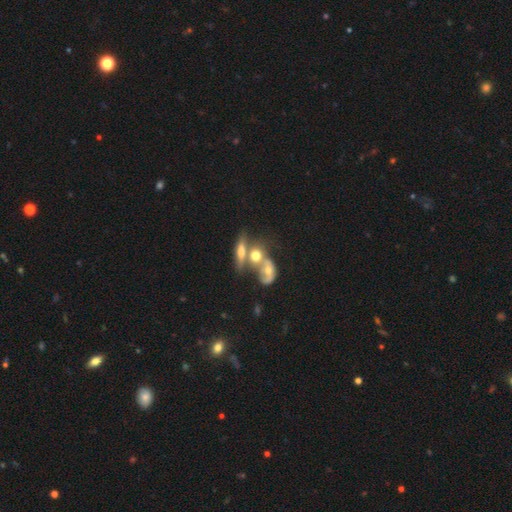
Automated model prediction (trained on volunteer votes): Smooth or featured?
  - smooth: 45% *
  - featured or disk: 44%
  - star or artifact: 11%
Merging?
  - merger: 62% *
  - none: 21%
  - minor disturbance: 9%
  - major disturbance: 8%